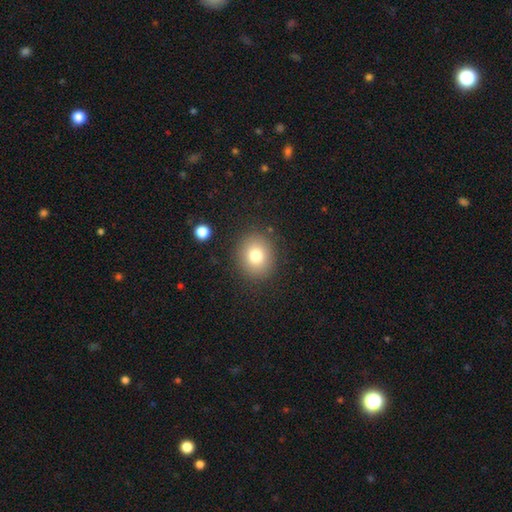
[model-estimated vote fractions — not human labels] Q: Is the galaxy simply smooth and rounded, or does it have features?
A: smooth — 78%.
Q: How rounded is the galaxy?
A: round — 72%.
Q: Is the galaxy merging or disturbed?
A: none — 87%.